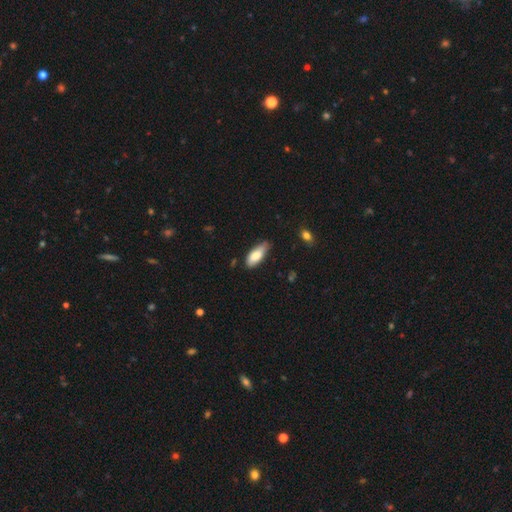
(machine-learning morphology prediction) Smooth or featured?
  - smooth: 79% *
  - featured or disk: 15%
  - star or artifact: 6%
How rounded?
  - in between: 77% *
  - cigar-shaped: 21%
  - round: 2%
Merging?
  - none: 65% *
  - minor disturbance: 29%
  - major disturbance: 5%
  - merger: 2%